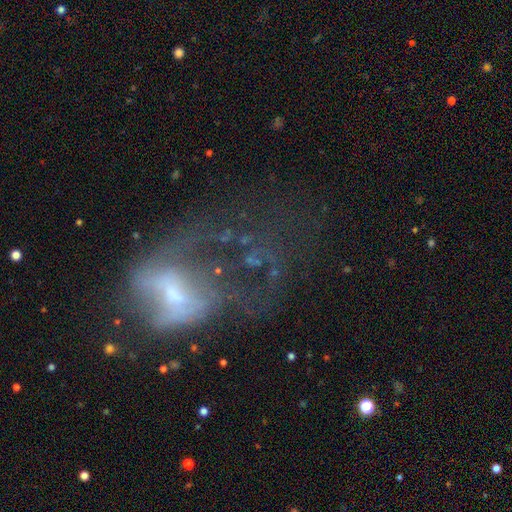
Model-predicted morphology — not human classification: Smooth or featured: featured or disk — 55% (smooth — 26%)
Edge-on disk: no — 95% (yes — 5%)
Bar: no — 65% (weak — 25%)
Spiral arms: no — 72% (yes — 28%)
Bulge size: small — 41% (moderate — 33%)
Merging: major disturbance — 52% (none — 23%)